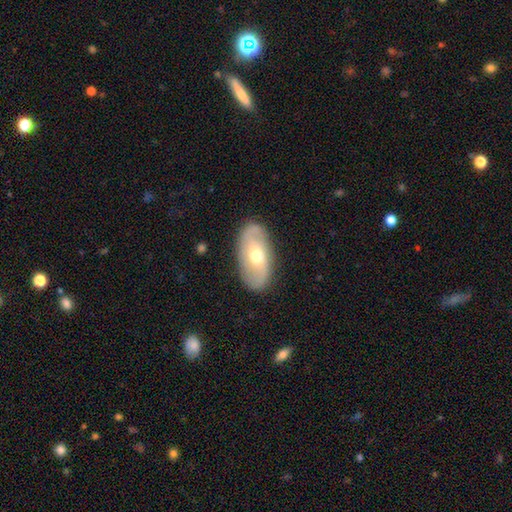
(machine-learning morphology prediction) A featured or disk galaxy (62%) with no bar (56%), spiral arms (75%) and a moderate central bulge (72%). Merging: none (84%).